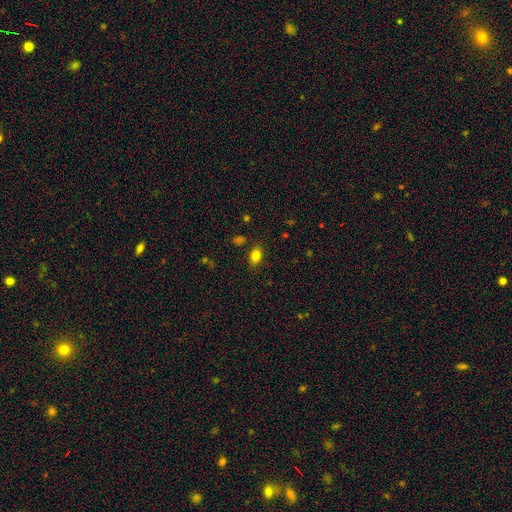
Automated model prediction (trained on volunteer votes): Smooth or featured: smooth — 82% (star or artifact — 11%)
How rounded: in between — 84% (round — 14%)
Merging: none — 82% (minor disturbance — 12%)